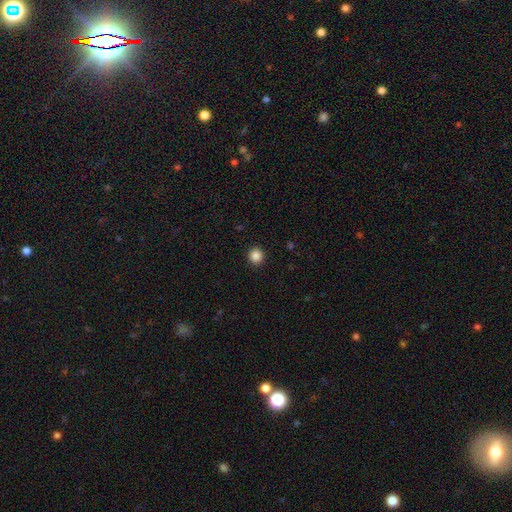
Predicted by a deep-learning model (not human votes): smooth_or_featured: smooth (p=0.87) [alt: star or artifact p=0.10]
how_rounded: round (p=0.91) [alt: in between p=0.08]
merging: none (p=0.93) [alt: minor disturbance p=0.05]